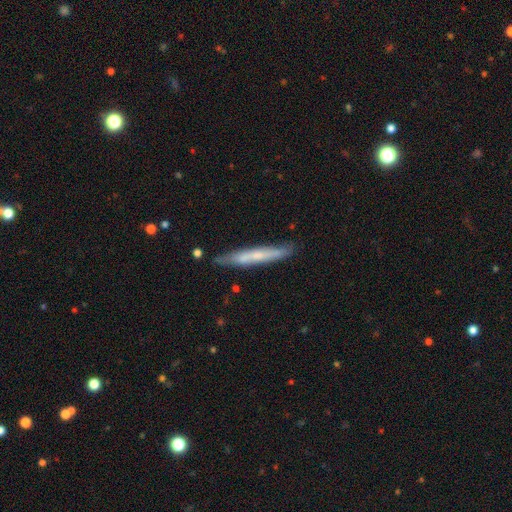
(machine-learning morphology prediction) A smooth galaxy with no disk features (49%). Merging: none (81%).